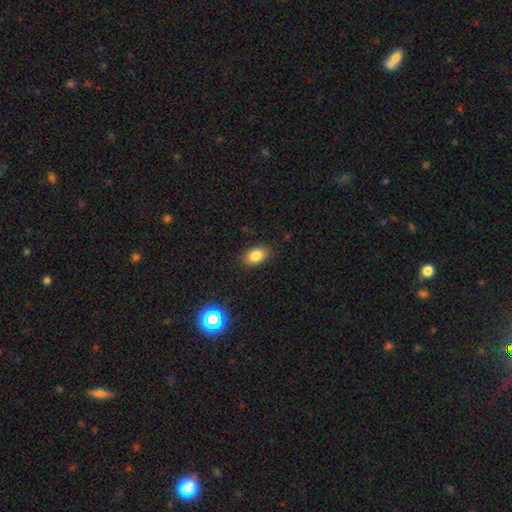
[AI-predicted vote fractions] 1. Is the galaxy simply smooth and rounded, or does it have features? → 83% smooth, 11% star or artifact, 7% featured or disk.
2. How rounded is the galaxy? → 86% in between, 13% round, 1% cigar-shaped.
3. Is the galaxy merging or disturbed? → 85% none, 11% minor disturbance, 3% major disturbance, 1% merger.